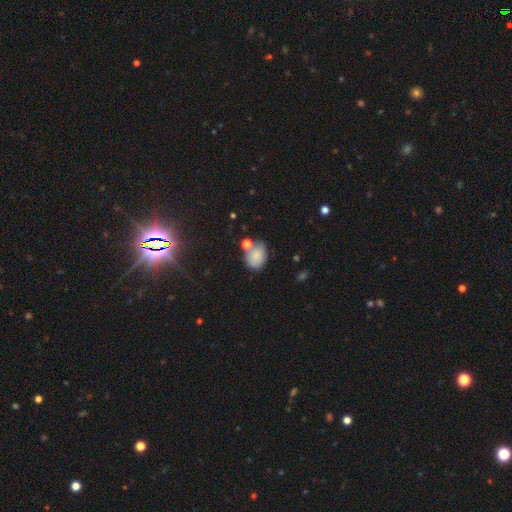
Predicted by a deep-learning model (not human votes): This is likely a smooth galaxy (80%). How rounded: possibly in between (56%). Merging: possibly none (51%).